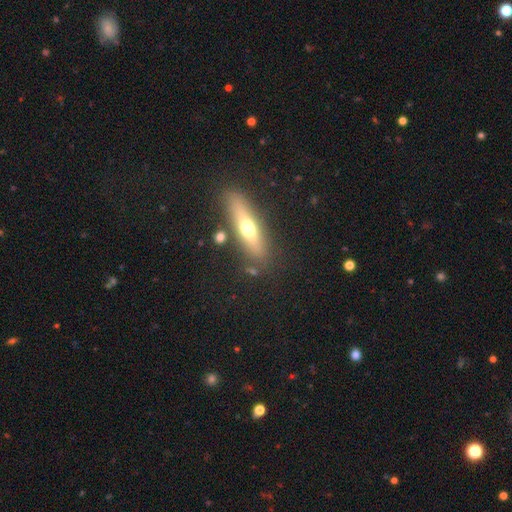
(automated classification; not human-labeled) Morphology: type=featured or disk (56%); edge-on=yes (84%); merging=none (76%).